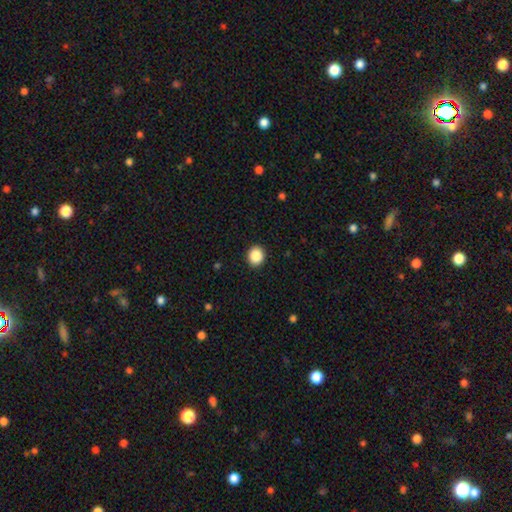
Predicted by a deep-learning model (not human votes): smooth-or-featured: smooth: 88% | star or artifact: 9% | featured or disk: 4%
  how-rounded: round: 80% | in between: 19% | cigar-shaped: 1%
  merging: none: 92% | minor disturbance: 6% | major disturbance: 2% | merger: 1%